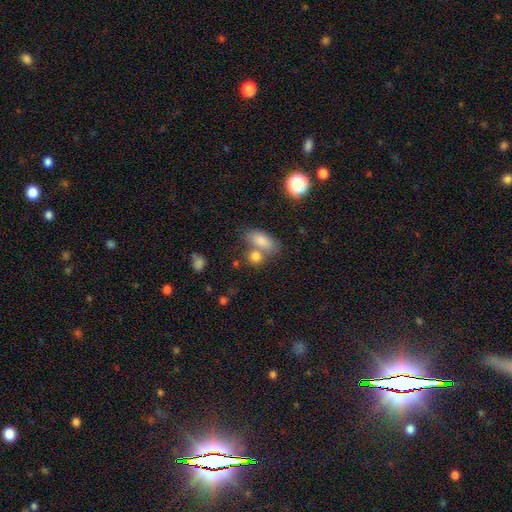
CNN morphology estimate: This is possibly a star or artifact rather than a galaxy (56%).